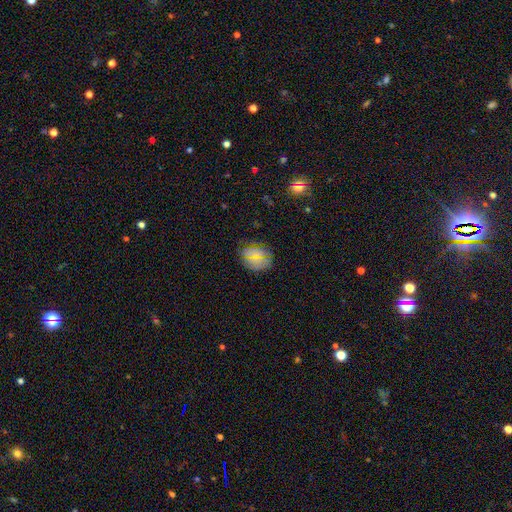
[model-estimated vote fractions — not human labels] smooth_or_featured: smooth (p=0.69) [alt: star or artifact p=0.21]
how_rounded: round (p=0.54) [alt: in between p=0.44]
merging: none (p=0.81) [alt: minor disturbance p=0.14]